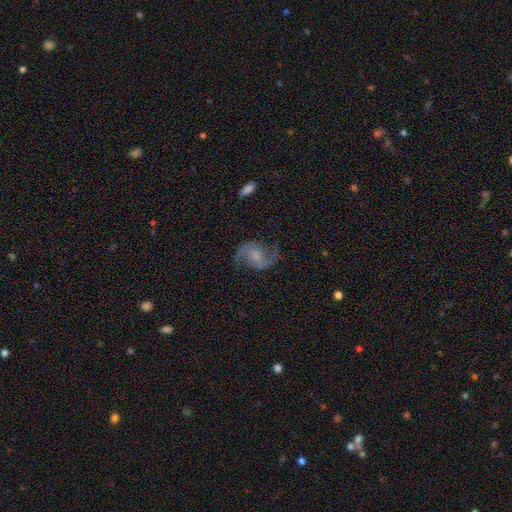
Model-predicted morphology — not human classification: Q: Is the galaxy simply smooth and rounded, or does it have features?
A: featured or disk — 82%.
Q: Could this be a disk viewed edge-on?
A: no — 98%.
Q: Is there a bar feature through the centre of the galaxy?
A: weak — 44%, tied with no.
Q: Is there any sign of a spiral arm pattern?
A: yes — 96%.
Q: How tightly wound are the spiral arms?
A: medium — 45%.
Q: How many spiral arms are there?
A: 2 — 92%.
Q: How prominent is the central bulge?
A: small — 49%.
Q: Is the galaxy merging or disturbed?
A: none — 74%.